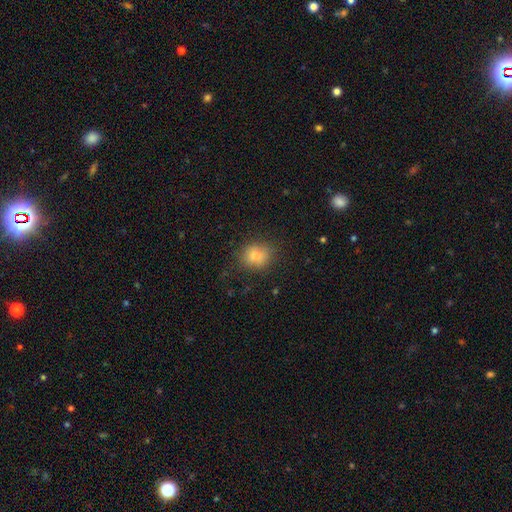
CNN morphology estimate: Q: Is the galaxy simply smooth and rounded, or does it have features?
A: smooth — 80%.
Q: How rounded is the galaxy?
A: round — 55%.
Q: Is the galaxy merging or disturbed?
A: none — 67%.